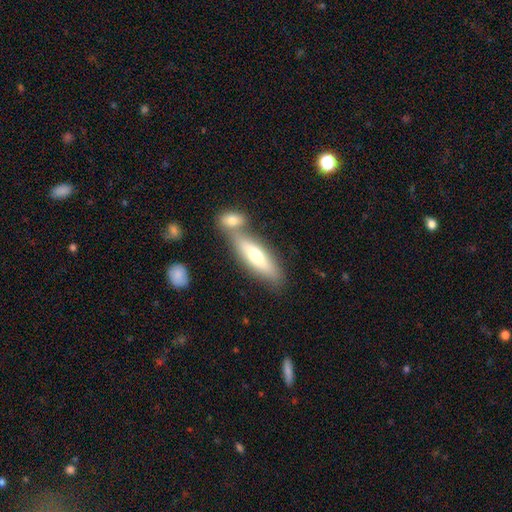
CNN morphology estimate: type=smooth (59%); roundness=cigar-shaped (57%); merging=none (51%).